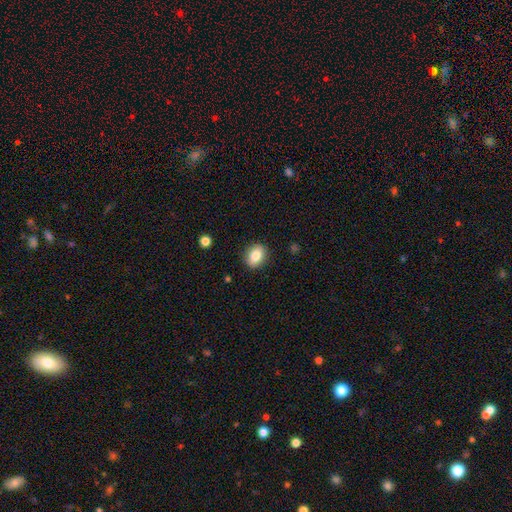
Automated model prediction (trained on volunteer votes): Smooth or featured: smooth — 80% (featured or disk — 11%)
How rounded: in between — 56% (round — 43%)
Merging: none — 89% (minor disturbance — 8%)